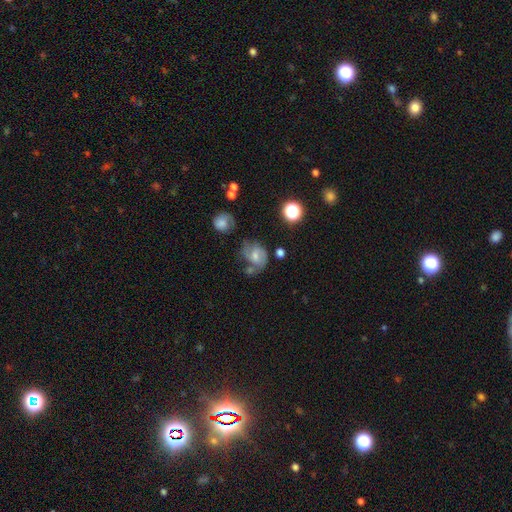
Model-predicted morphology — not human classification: Smooth or featured?
  - featured or disk: 54% *
  - smooth: 34%
  - star or artifact: 12%
Edge-on disk?
  - no: 97% *
  - yes: 3%
Bar?
  - no: 45% *
  - weak: 44%
  - strong: 11%
Spiral arms?
  - yes: 82% *
  - no: 18%
Bulge size?
  - moderate: 52% *
  - small: 33%
  - none: 8%
  - large: 6%
  - dominant: 1%
Merging?
  - none: 42% *
  - minor disturbance: 25%
  - major disturbance: 18%
  - merger: 15%